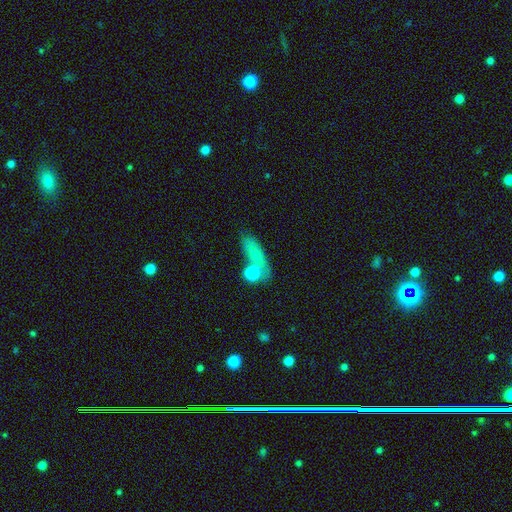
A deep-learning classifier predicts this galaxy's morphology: The model was most divided on "merging": none: 41%, merger: 38%, minor disturbance: 13%, major disturbance: 8%. More confident: smooth or featured — smooth (69%); how rounded — in between (59%).